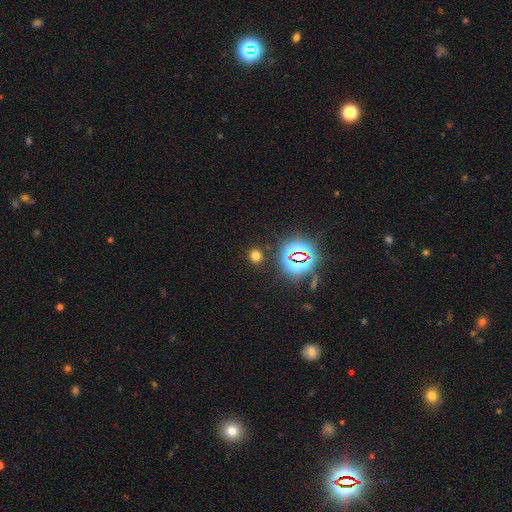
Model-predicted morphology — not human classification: smooth_or_featured: smooth (p=0.64) [alt: star or artifact p=0.30]
how_rounded: round (p=0.80) [alt: in between p=0.19]
merging: none (p=0.87) [alt: minor disturbance p=0.07]